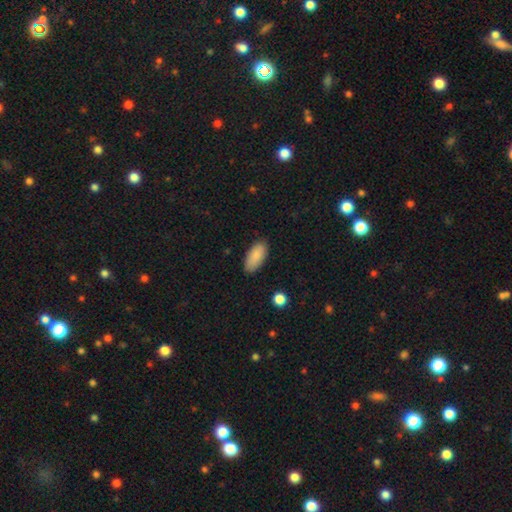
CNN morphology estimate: smooth 88%, star or artifact 6%, featured or disk 6%. Down the decision tree: how rounded — in between (90%); merging — none (85%).